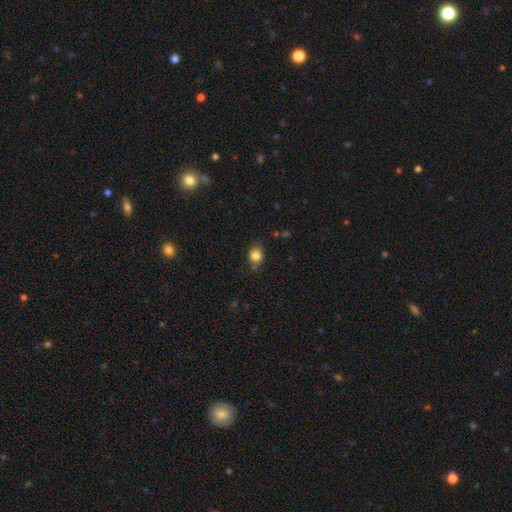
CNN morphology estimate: Overall: smooth (82%). How rounded: in between (50%; round 48%). Merging: none (73%).